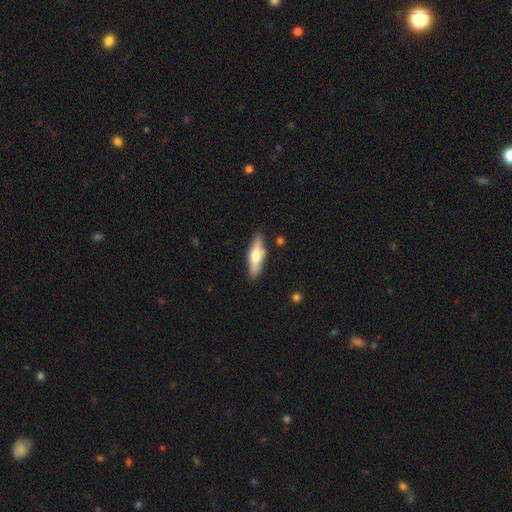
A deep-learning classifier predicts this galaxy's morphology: A smooth galaxy with no disk features (56%) that is cigar-shaped (50%).

Vote fractions:
- Smooth or featured? smooth: 56% / featured or disk: 38% / star or artifact: 6%
- How rounded? cigar-shaped: 50% / in between: 48% / round: 3%
- Merging? none: 84% / minor disturbance: 11% / merger: 3% / major disturbance: 2%